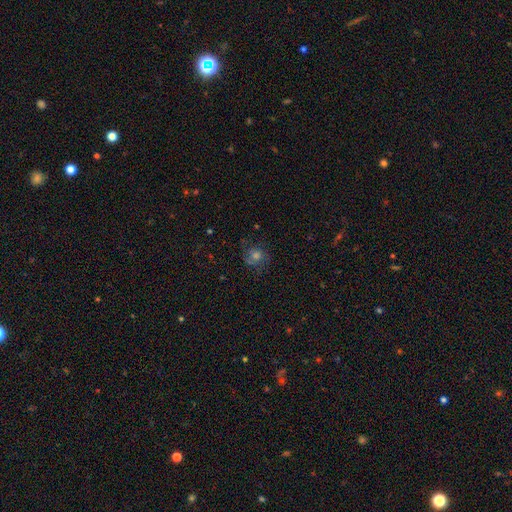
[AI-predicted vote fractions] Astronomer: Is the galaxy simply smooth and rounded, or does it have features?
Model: smooth — 44% (runner-up: featured or disk, 33%).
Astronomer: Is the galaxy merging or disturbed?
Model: none — 72%.